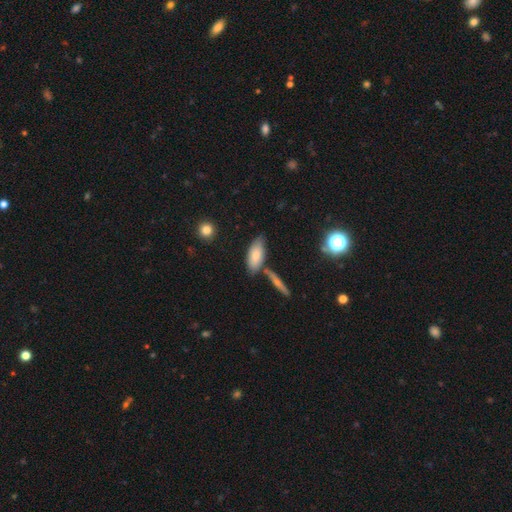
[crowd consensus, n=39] A smooth galaxy with no disk features (67%) that is in between round and cigar-shaped (77%).

Vote fractions:
- Smooth or featured? smooth: 67% / featured or disk: 26% / star or artifact: 8%
- How rounded? in between: 77% / cigar-shaped: 23% / round: 0%
- Merging? none: 64% / minor disturbance: 19% / merger: 14% / major disturbance: 3%